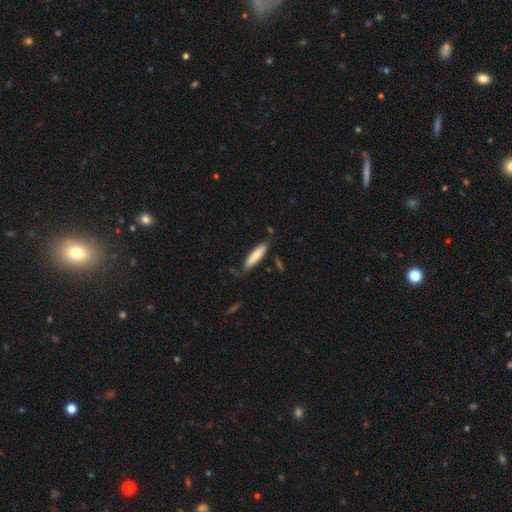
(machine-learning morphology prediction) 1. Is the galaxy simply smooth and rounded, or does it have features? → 80% smooth, 14% featured or disk, 5% star or artifact.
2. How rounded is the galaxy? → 78% cigar-shaped, 21% in between, 1% round.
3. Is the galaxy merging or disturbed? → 75% none, 19% minor disturbance, 4% major disturbance, 3% merger.